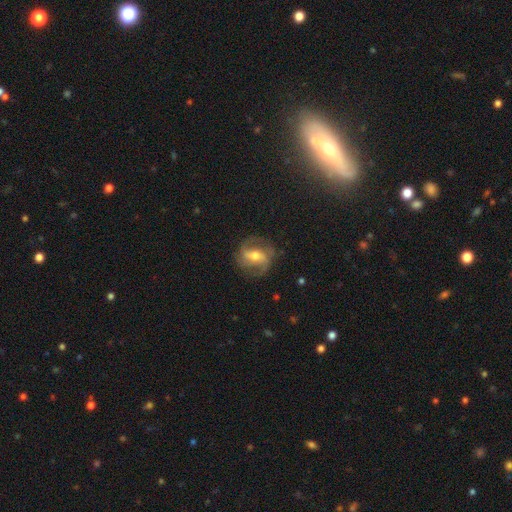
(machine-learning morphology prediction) Q: Smooth or featured?
A: featured or disk (77%); runner-up: smooth (16%)
Q: Edge-on disk?
A: no (96%); runner-up: yes (4%)
Q: Bar?
A: weak (41%); runner-up: strong (38%)
Q: Spiral arms?
A: yes (90%); runner-up: no (10%)
Q: Spiral winding?
A: medium (47%); runner-up: loose (30%)
Q: Spiral arm count?
A: 2 (78%); runner-up: can't tell (9%)
Q: Bulge size?
A: moderate (65%); runner-up: small (25%)
Q: Merging?
A: none (73%); runner-up: minor disturbance (17%)